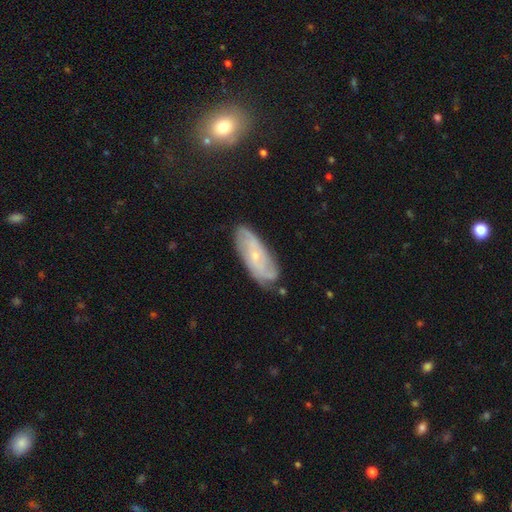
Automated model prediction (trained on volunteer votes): A featured or disk galaxy (67%) with no bar (73%), spiral arms (85%) and a small central bulge (79%).

Vote fractions:
- Smooth or featured? featured or disk: 67% / smooth: 26% / star or artifact: 7%
- Edge-on disk? no: 87% / yes: 13%
- Bar? no: 73% / weak: 22% / strong: 5%
- Spiral arms? yes: 85% / no: 15%
- Bulge size? small: 79% / moderate: 17% / none: 2% / large: 1% / dominant: 1%
- Merging? none: 74% / minor disturbance: 19% / major disturbance: 4% / merger: 2%